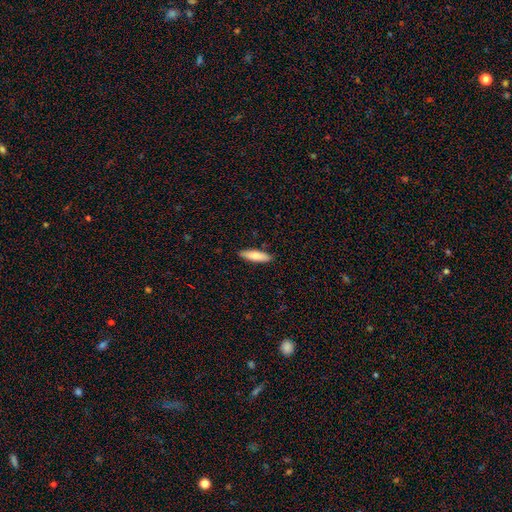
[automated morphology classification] smooth_or_featured: smooth (p=0.78) [alt: featured or disk p=0.16]
how_rounded: cigar-shaped (p=0.63) [alt: in between p=0.35]
merging: none (p=0.89) [alt: minor disturbance p=0.08]